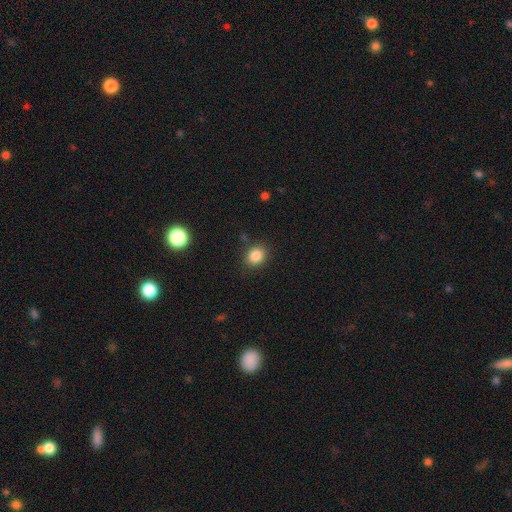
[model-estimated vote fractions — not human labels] A smooth galaxy with no disk features (85%) that is round (56%).

Vote fractions:
- Smooth or featured? smooth: 85% / star or artifact: 10% / featured or disk: 5%
- How rounded? round: 56% / in between: 43% / cigar-shaped: 1%
- Merging? none: 85% / minor disturbance: 10% / major disturbance: 3% / merger: 2%